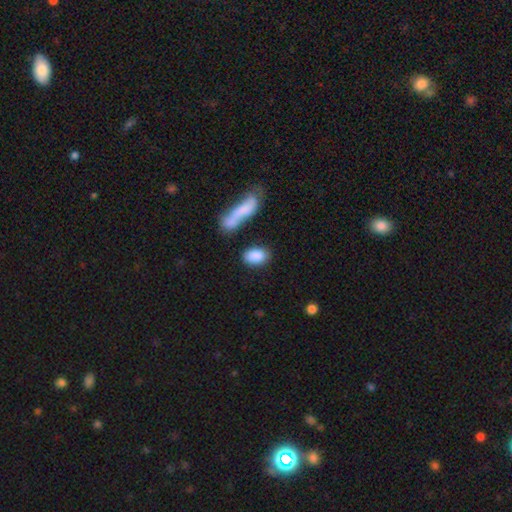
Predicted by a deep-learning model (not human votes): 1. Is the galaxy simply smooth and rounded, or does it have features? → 87% smooth, 7% star or artifact, 6% featured or disk.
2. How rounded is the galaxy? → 88% in between, 9% round, 4% cigar-shaped.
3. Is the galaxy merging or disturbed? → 71% none, 12% minor disturbance, 12% merger, 5% major disturbance.